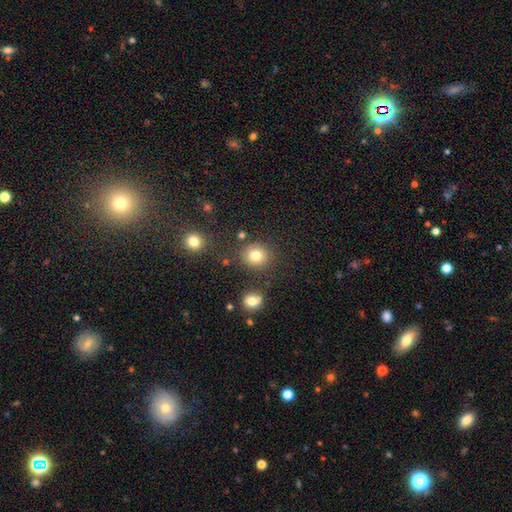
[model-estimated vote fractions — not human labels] Smooth or featured? smooth (81%)
How rounded? round (84%)
Merging? none (82%)